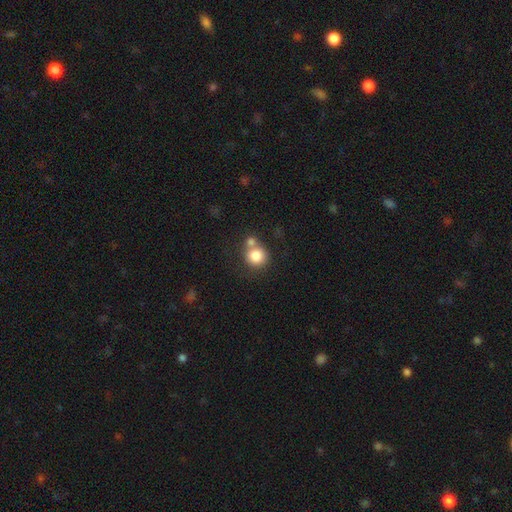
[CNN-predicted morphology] A smooth galaxy with no disk features (81%) that is round (89%).

Vote fractions:
- Smooth or featured? smooth: 81% / star or artifact: 10% / featured or disk: 9%
- How rounded? round: 89% / in between: 10% / cigar-shaped: 1%
- Merging? none: 51% / merger: 35% / minor disturbance: 10% / major disturbance: 4%